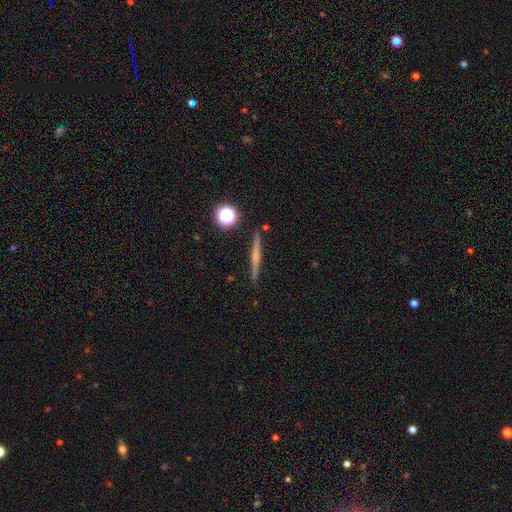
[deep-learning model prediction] smooth-or-featured: featured or disk: 65% | smooth: 26% | star or artifact: 9%
  disk-edge-on: yes: 98% | no: 2%
    edge-on-bulge: rounded: 64% | none: 26% | boxy: 11%
  merging: none: 91% | minor disturbance: 6% | merger: 2% | major disturbance: 1%